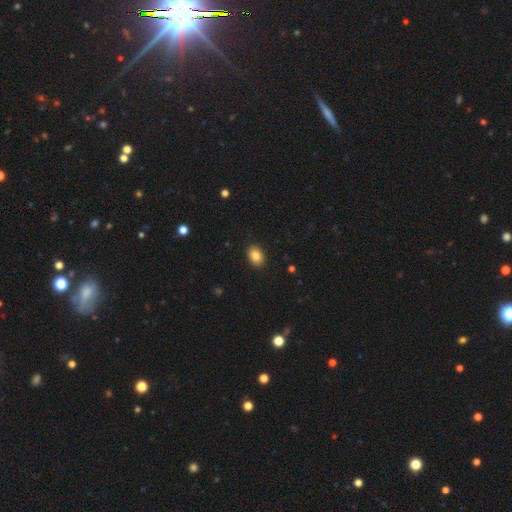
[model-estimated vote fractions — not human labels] Overall: smooth (85%). How rounded: in between (76%). Merging: none (90%).